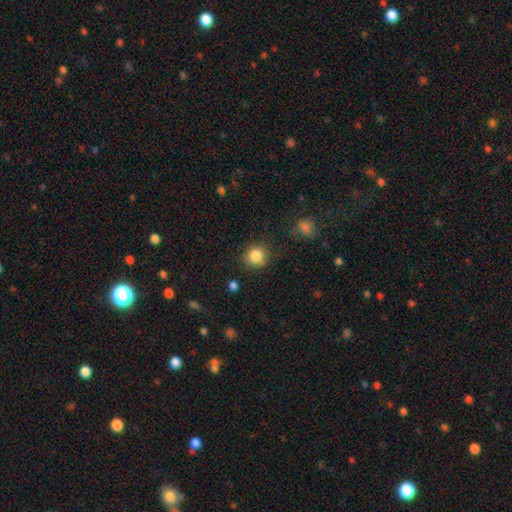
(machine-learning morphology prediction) The model was most divided on "merging": none: 81%, minor disturbance: 13%, major disturbance: 4%, merger: 3%. More confident: smooth or featured — smooth (84%); how rounded — round (84%).